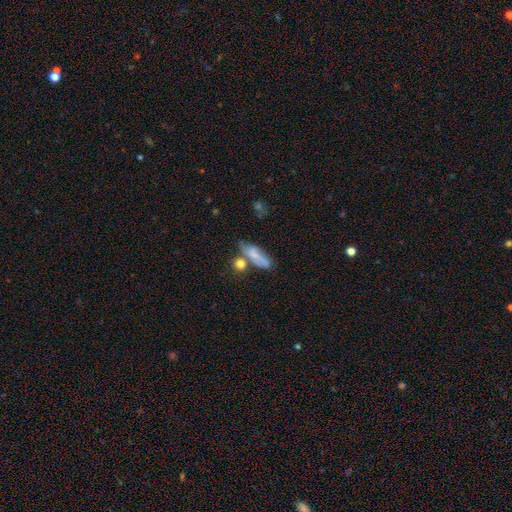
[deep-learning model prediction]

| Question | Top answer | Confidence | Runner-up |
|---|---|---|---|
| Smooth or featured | smooth | 65% | featured or disk (25%) |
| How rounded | in between | 63% | cigar-shaped (29%) |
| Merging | none | 47% | merger (22%) |